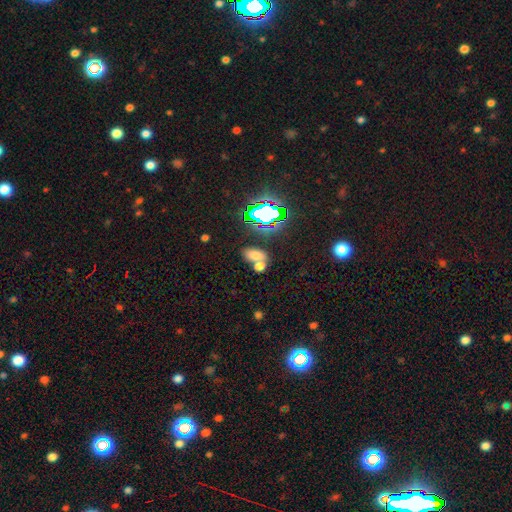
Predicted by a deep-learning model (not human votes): smooth-or-featured: smooth: 66% | star or artifact: 23% | featured or disk: 11%
  how-rounded: in between: 85% | round: 11% | cigar-shaped: 4%
  merging: none: 47% | merger: 39% | minor disturbance: 9% | major disturbance: 4%